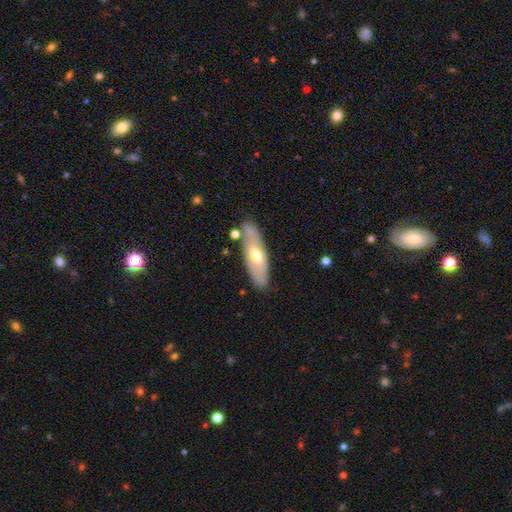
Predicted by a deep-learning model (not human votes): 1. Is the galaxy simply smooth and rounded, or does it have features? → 49% featured or disk, 46% smooth, 6% star or artifact.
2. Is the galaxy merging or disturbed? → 76% none, 15% minor disturbance, 5% merger, 4% major disturbance.